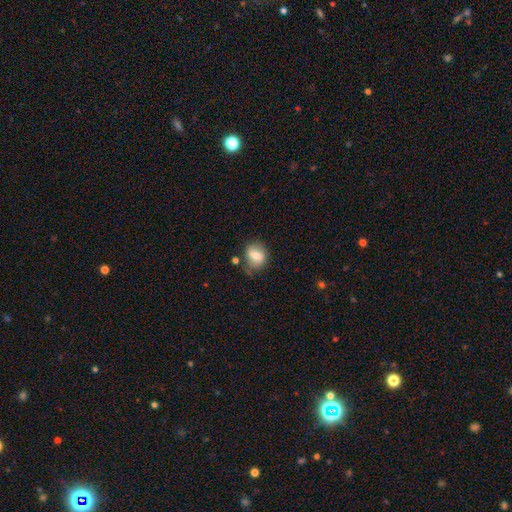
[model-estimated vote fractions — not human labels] The model was most divided on "how rounded": round: 56%, in between: 42%, cigar-shaped: 1%. More confident: smooth or featured — smooth (71%); merging — none (64%).